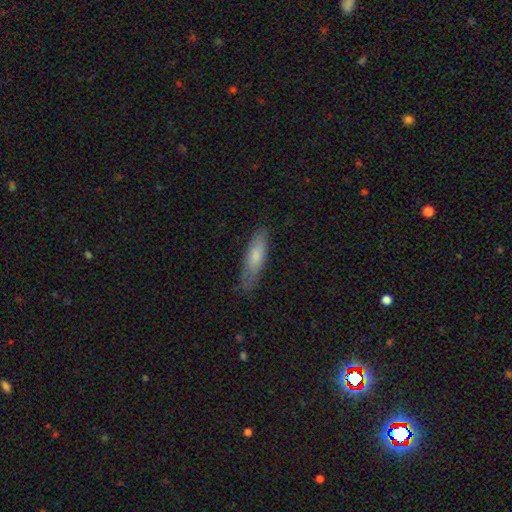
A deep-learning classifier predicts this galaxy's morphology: This appears to be a smooth galaxy with no disk features (72%) that is cigar-shaped (61%). Merging: none (71%).